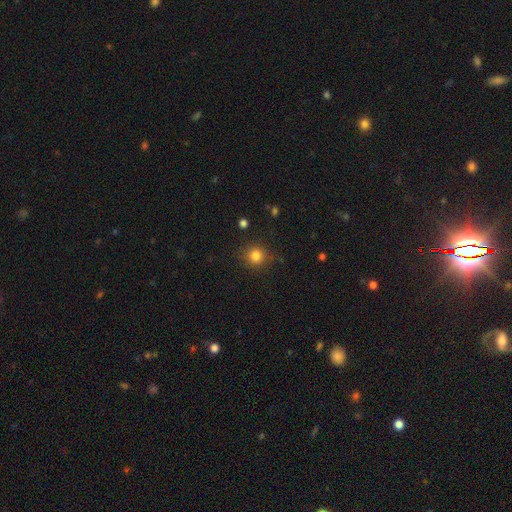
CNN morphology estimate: Overall: smooth (82%). How rounded: round (88%). Merging: none (84%).